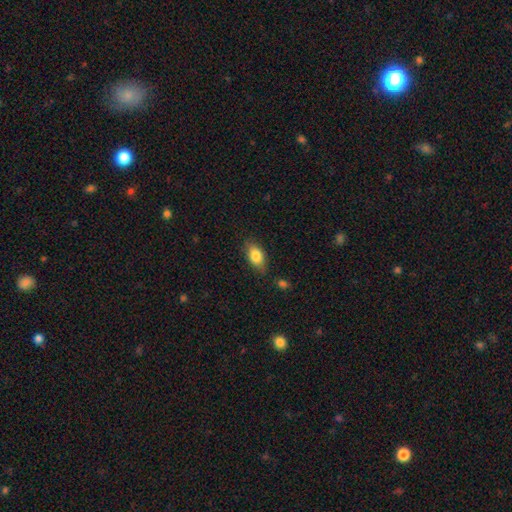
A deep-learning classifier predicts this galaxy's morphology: This is clearly a smooth galaxy (82%). How rounded: clearly in between (87%). Merging: likely none (78%).